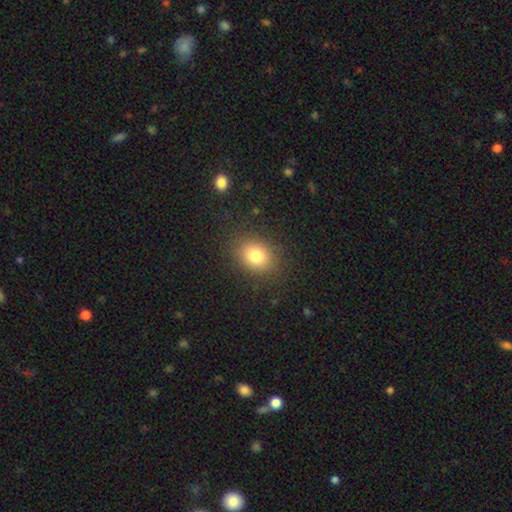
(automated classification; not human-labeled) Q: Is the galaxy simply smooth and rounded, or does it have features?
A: smooth — 79%.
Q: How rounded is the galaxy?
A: in between — 50%.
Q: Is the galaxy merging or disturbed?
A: none — 85%.